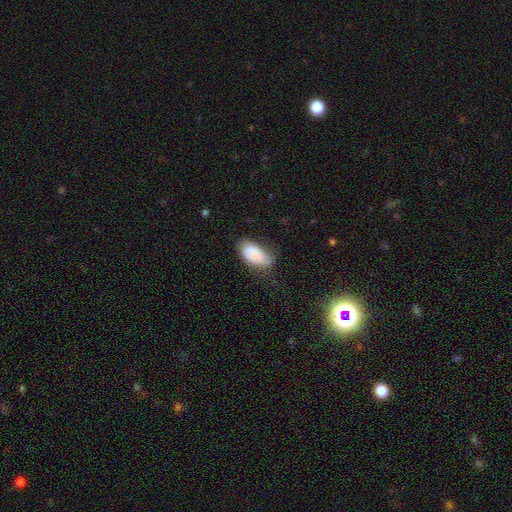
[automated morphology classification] smooth_or_featured: smooth (p=0.85) [alt: featured or disk p=0.08]
how_rounded: in between (p=0.94) [alt: round p=0.03]
merging: none (p=0.54) [alt: minor disturbance p=0.33]